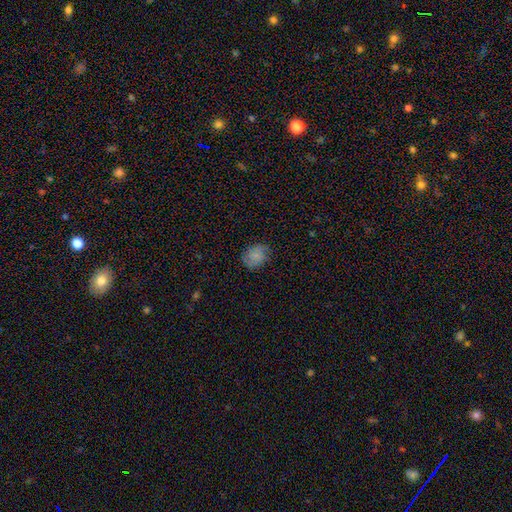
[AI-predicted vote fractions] smooth_or_featured: smooth (p=0.73) [alt: featured or disk p=0.16]
how_rounded: in between (p=0.52) [alt: round p=0.47]
merging: none (p=0.73) [alt: minor disturbance p=0.20]